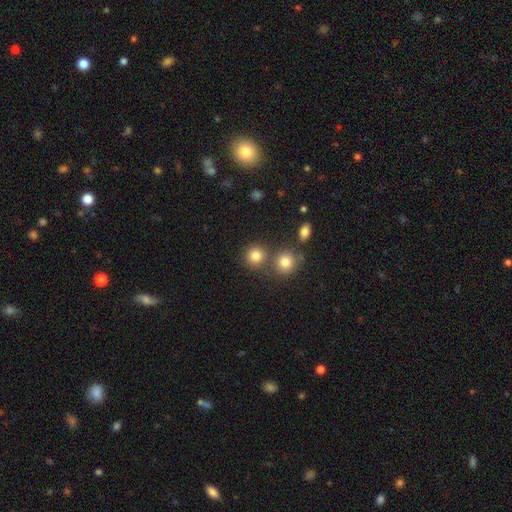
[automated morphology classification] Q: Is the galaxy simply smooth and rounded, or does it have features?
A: smooth — 81%.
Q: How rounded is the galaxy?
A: round — 88%.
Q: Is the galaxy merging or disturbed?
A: none — 71%.